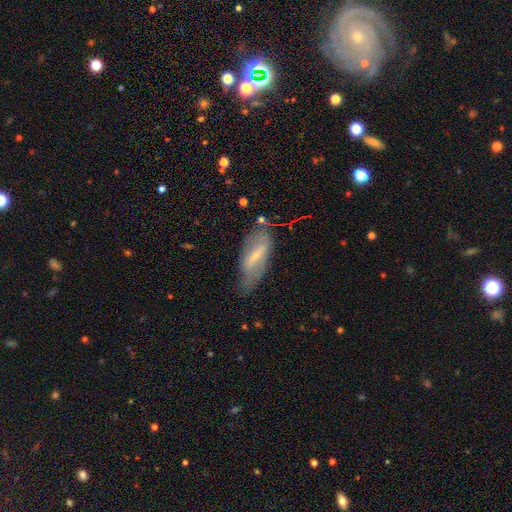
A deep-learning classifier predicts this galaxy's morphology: smooth_or_featured: featured or disk (p=0.58) [alt: smooth p=0.34]
disk_edge_on: no (p=0.81) [alt: yes p=0.19]
merging: none (p=0.55) [alt: minor disturbance p=0.30]